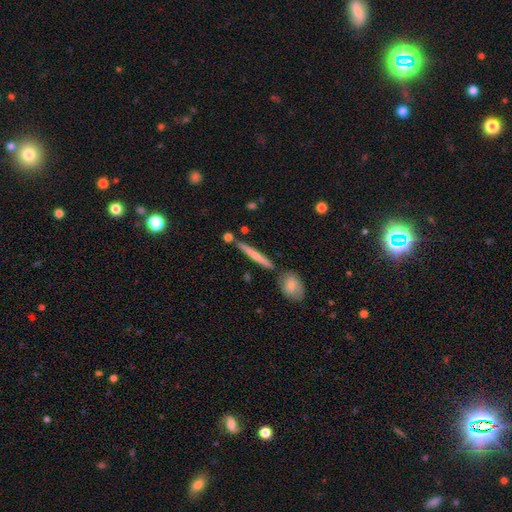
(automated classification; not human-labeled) Morphology: type=smooth (51%); roundness=cigar-shaped (94%); merging=none (79%).